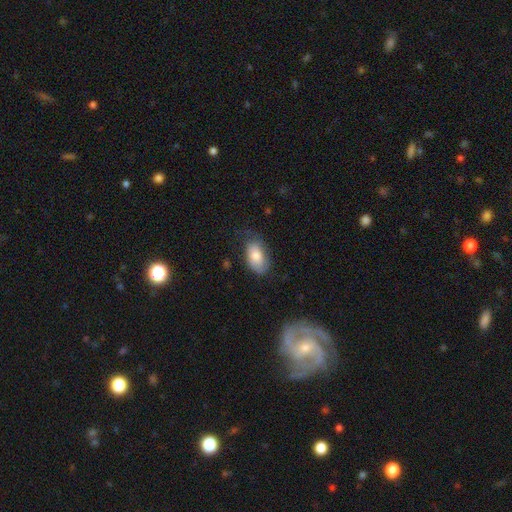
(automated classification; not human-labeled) Smooth or featured? smooth (78%)
How rounded? in between (93%)
Merging? none (61%)